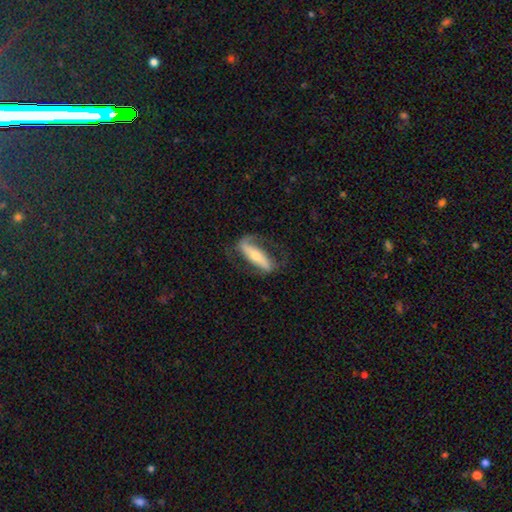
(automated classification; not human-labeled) featured or disk 70%, smooth 24%, star or artifact 5%. Down the decision tree: edge-on disk — no (67%); merging — none (68%).